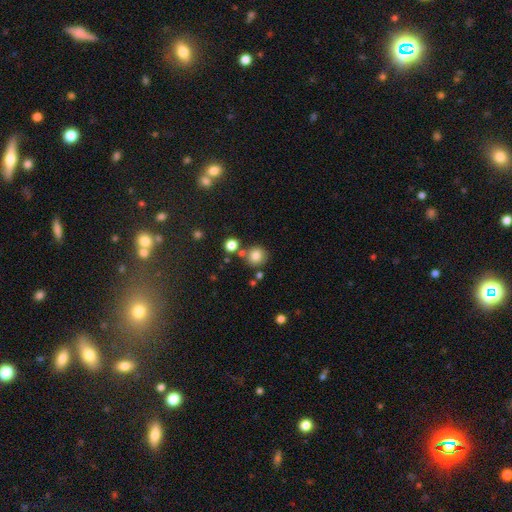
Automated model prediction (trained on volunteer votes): Morphology: type=smooth (81%); roundness=round (91%); merging=none (77%).